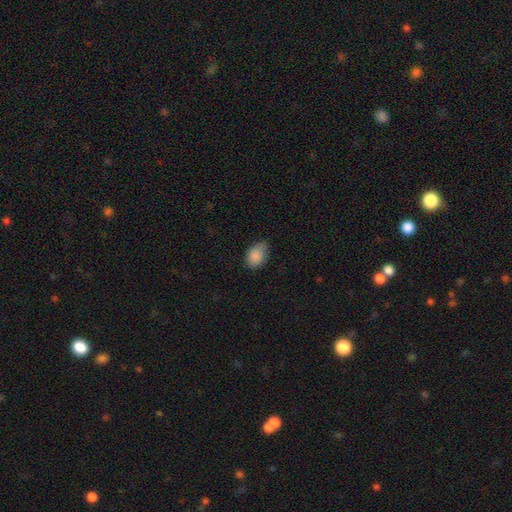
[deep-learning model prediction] This is clearly a smooth galaxy (87%). How rounded: likely in between (80%). Merging: likely none (62%).